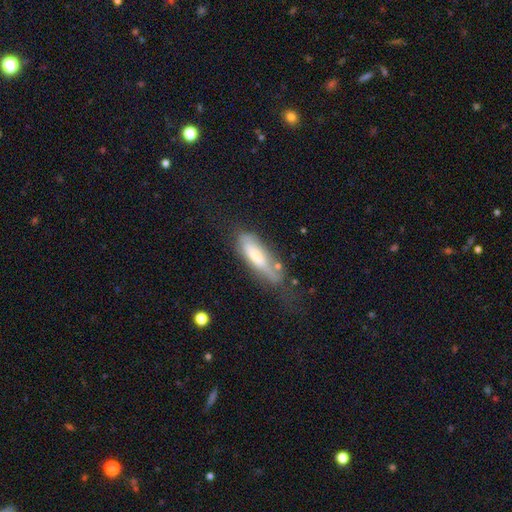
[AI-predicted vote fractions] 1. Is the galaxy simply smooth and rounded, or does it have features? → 62% smooth, 31% featured or disk, 7% star or artifact.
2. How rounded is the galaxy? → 50% cigar-shaped, 48% in between, 2% round.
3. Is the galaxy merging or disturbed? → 40% none, 29% minor disturbance, 21% major disturbance, 10% merger.